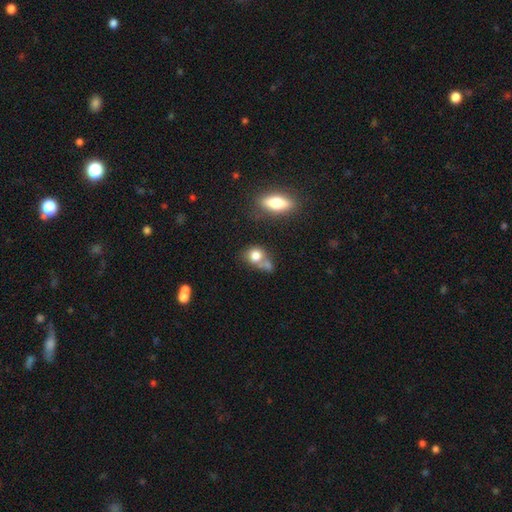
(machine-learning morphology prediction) The model was most divided on "merging": merger: 40%, none: 38%, minor disturbance: 14%, major disturbance: 8%. More confident: smooth or featured — smooth (76%); how rounded — round (66%).